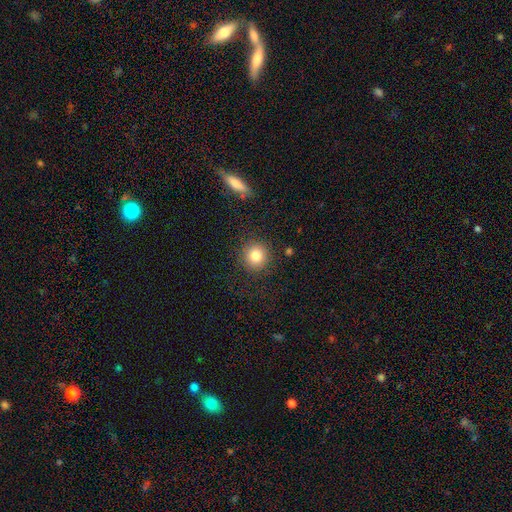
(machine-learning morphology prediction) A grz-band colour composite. It shows a smooth galaxy with no disk features (82%) that is round (93%). Merging: none (88%).